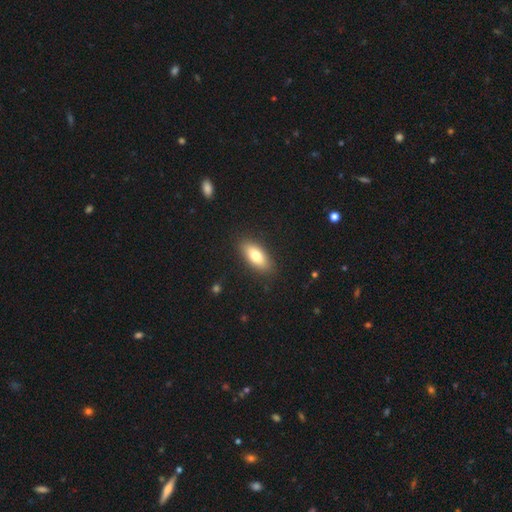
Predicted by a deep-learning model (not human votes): This appears to be a smooth galaxy with no disk features (75%) that is in between round and cigar-shaped (81%). Merging: none (88%).